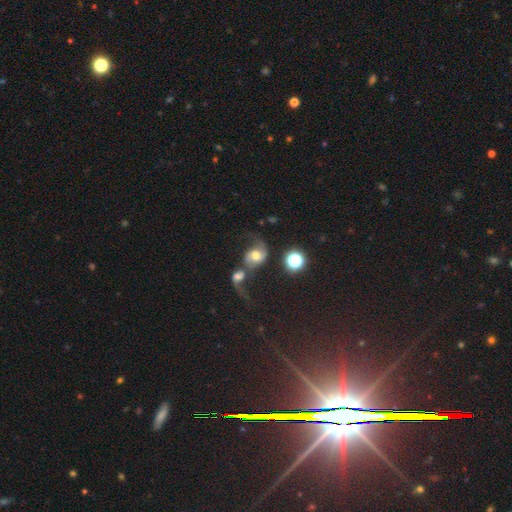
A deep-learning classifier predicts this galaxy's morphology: type=featured or disk (59%); edge-on=no (97%); bar=no (64%); spiral arms=yes (86%); bulge=moderate (62%); merging=merger (53%).